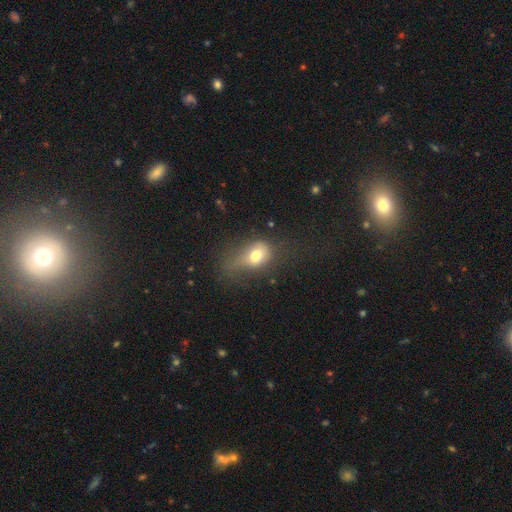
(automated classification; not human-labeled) Overall: smooth (70%). How rounded: in between (66%; round 32%). Merging: major disturbance (37%; none 30%).